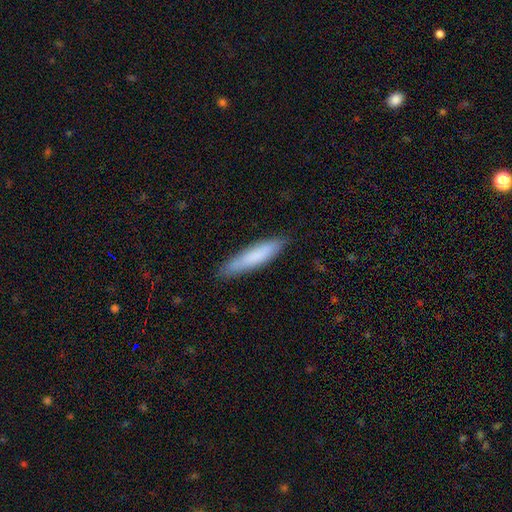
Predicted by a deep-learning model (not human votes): Morphology: type=smooth (80%); roundness=cigar-shaped (81%); merging=none (85%).